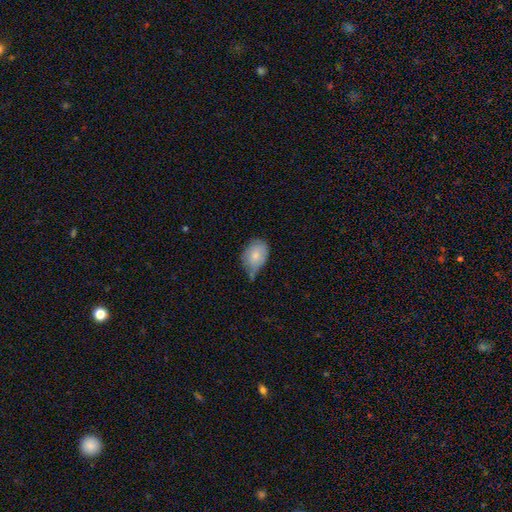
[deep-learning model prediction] Smooth or featured: smooth — 78% (featured or disk — 15%)
How rounded: in between — 75% (round — 24%)
Merging: minor disturbance — 42% (none — 38%)